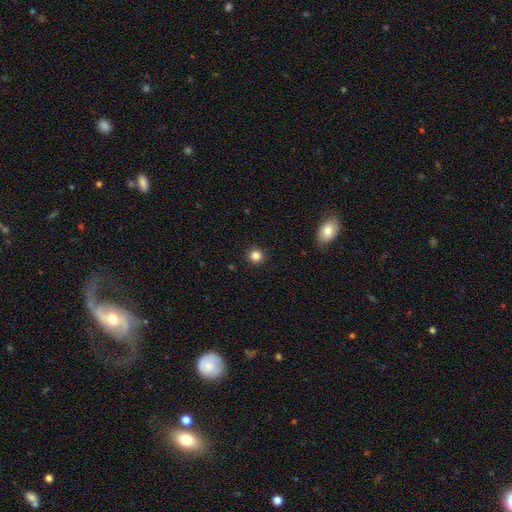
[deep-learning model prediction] A smooth galaxy with no disk features (83%) that is round (94%). Merging: none (92%).